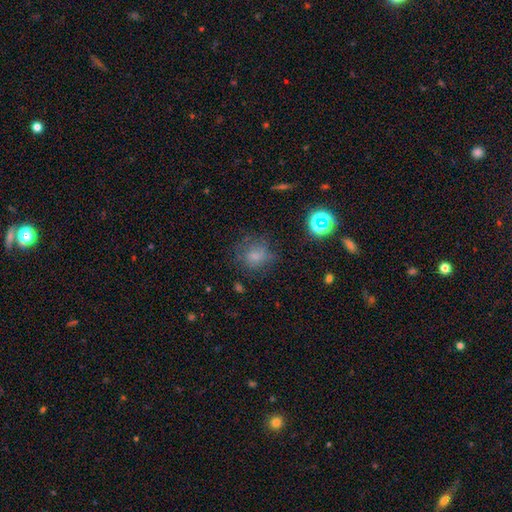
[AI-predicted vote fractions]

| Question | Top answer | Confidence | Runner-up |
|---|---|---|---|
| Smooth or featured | smooth | 67% | star or artifact (19%) |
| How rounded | round | 79% | in between (19%) |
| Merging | none | 65% | minor disturbance (20%) |